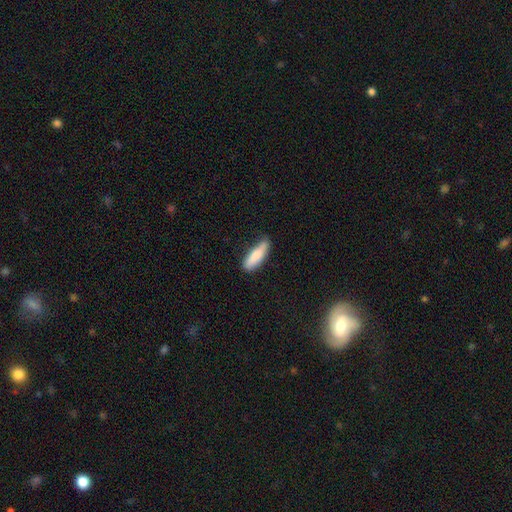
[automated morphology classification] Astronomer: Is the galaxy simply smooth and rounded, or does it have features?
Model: smooth — 83%.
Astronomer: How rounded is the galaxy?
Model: cigar-shaped — 58% (runner-up: in between, 41%).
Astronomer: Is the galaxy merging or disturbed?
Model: none — 67%.